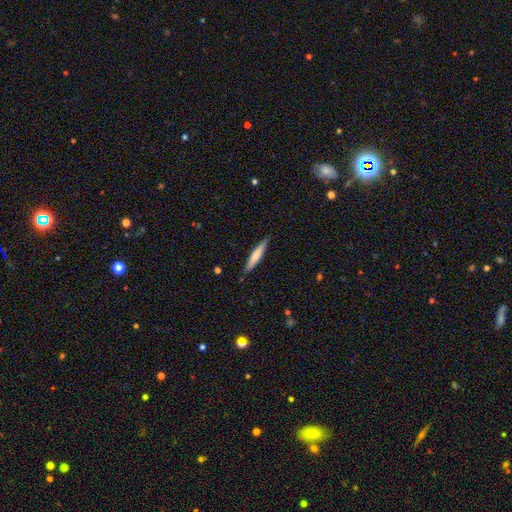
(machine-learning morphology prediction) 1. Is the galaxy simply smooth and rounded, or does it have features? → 64% smooth, 30% featured or disk, 5% star or artifact.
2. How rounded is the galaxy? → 92% cigar-shaped, 7% in between, 1% round.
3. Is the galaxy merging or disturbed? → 85% none, 11% minor disturbance, 2% major disturbance, 1% merger.